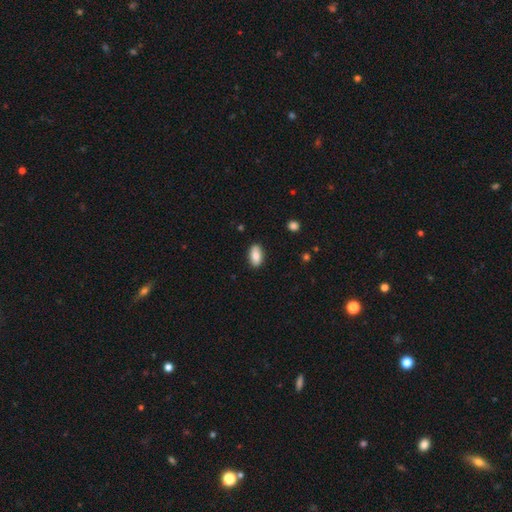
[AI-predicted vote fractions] This is clearly a smooth galaxy (84%). How rounded: clearly in between (92%). Merging: clearly none (87%).